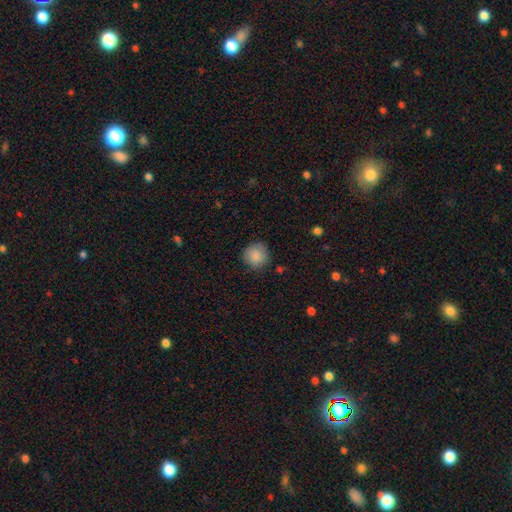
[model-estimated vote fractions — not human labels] This is clearly a smooth galaxy (87%). How rounded: clearly round (92%). Merging: clearly none (85%).